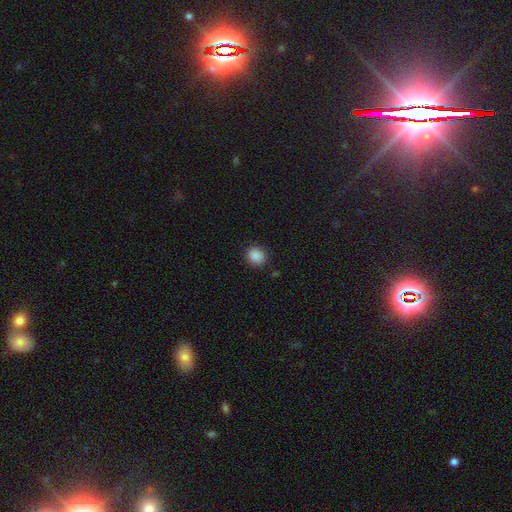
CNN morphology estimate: smooth-or-featured: smooth: 88% | star or artifact: 10% | featured or disk: 3%
  how-rounded: round: 72% | in between: 28% | cigar-shaped: 1%
  merging: none: 86% | minor disturbance: 10% | major disturbance: 3% | merger: 1%